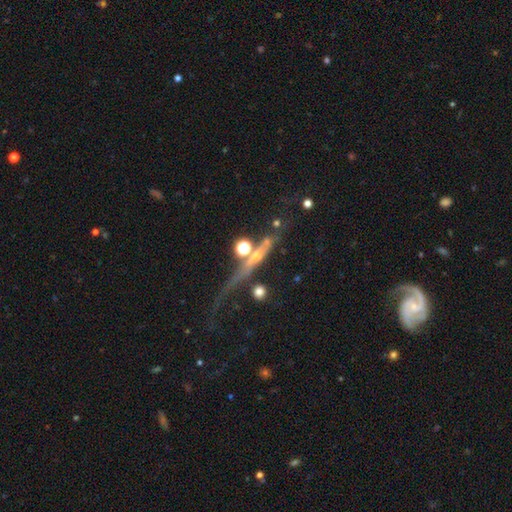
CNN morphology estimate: The model was most divided on "smooth or featured": featured or disk: 56%, star or artifact: 25%, smooth: 19%. More confident: edge-on disk — yes (80%); merging — none (57%).